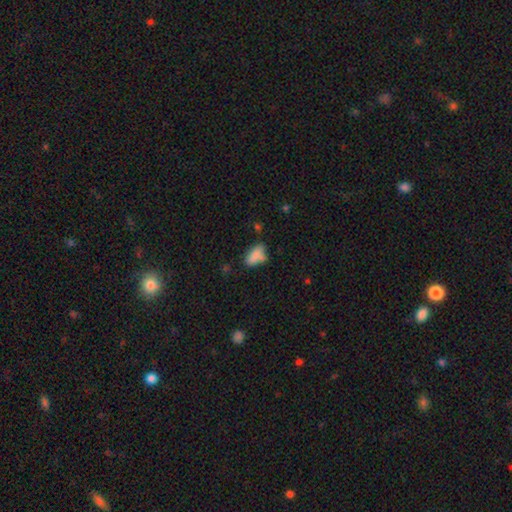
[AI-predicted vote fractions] Smooth or featured?
  - smooth: 77% *
  - featured or disk: 13%
  - star or artifact: 10%
How rounded?
  - in between: 87% *
  - cigar-shaped: 9%
  - round: 5%
Merging?
  - none: 48% *
  - minor disturbance: 24%
  - merger: 18%
  - major disturbance: 9%